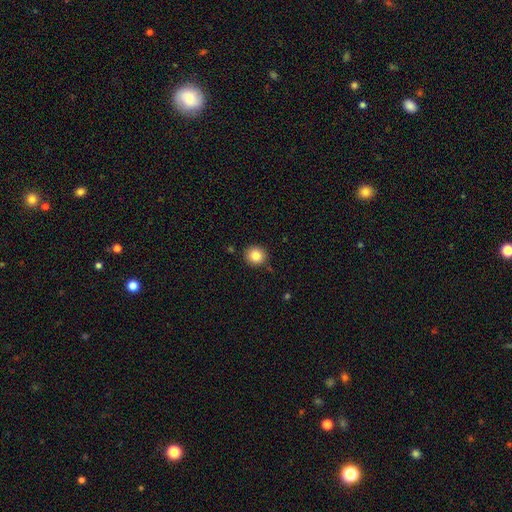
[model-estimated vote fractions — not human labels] smooth-or-featured: smooth: 84% | star or artifact: 10% | featured or disk: 7%
  how-rounded: round: 88% | in between: 11% | cigar-shaped: 1%
  merging: none: 88% | minor disturbance: 8% | merger: 2% | major disturbance: 2%